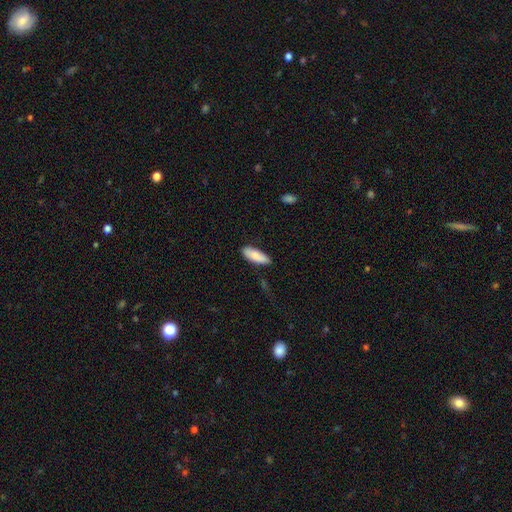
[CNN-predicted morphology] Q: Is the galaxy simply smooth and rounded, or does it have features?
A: smooth — 85%.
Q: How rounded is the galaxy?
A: in between — 68%.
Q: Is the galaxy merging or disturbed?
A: none — 81%.